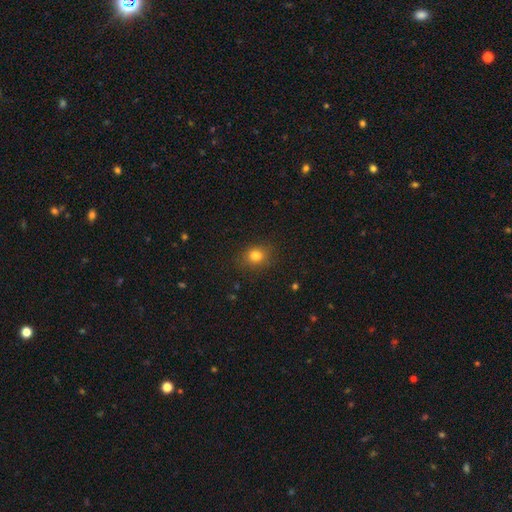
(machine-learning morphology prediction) A smooth galaxy with no disk features (80%) that is round (64%).

Vote fractions:
- Smooth or featured? smooth: 80% / star or artifact: 13% / featured or disk: 7%
- How rounded? round: 64% / in between: 35% / cigar-shaped: 1%
- Merging? none: 86% / minor disturbance: 10% / major disturbance: 3% / merger: 1%